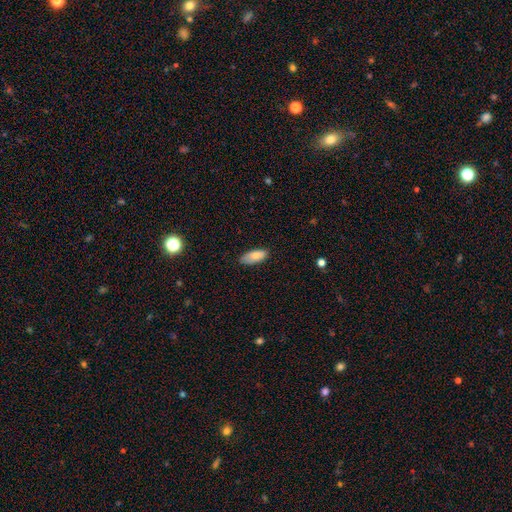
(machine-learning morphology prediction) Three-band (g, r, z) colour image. It shows a smooth galaxy with no disk features (80%) that is in between round and cigar-shaped (85%). Merging: none (80%).